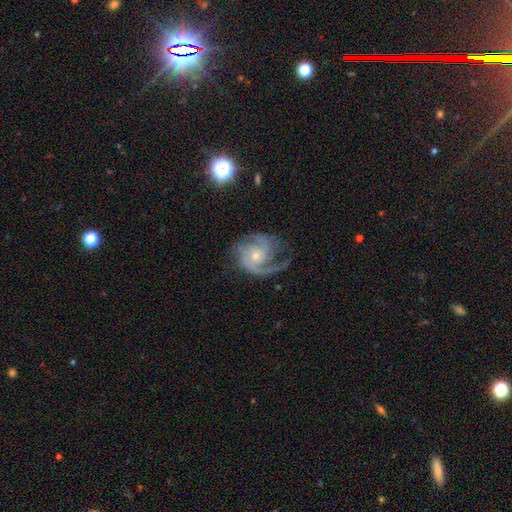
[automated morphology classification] A featured or disk galaxy (87%) with no bar (72%), 2 (45%) medium (47%) spiral arms (97%) and a small central bulge (63%). Merging: none (59%).